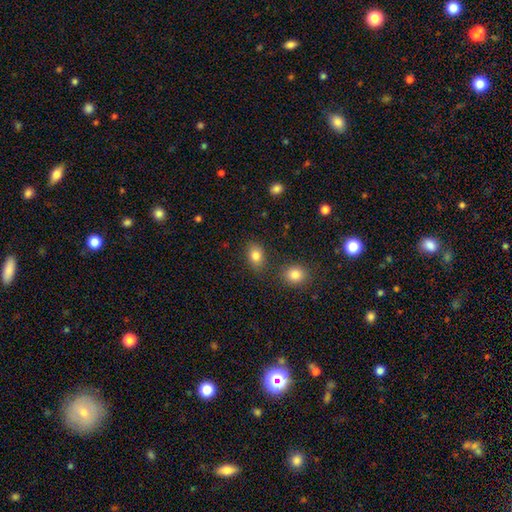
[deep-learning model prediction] Overall: smooth (82%). How rounded: in between (73%). Merging: none (77%).